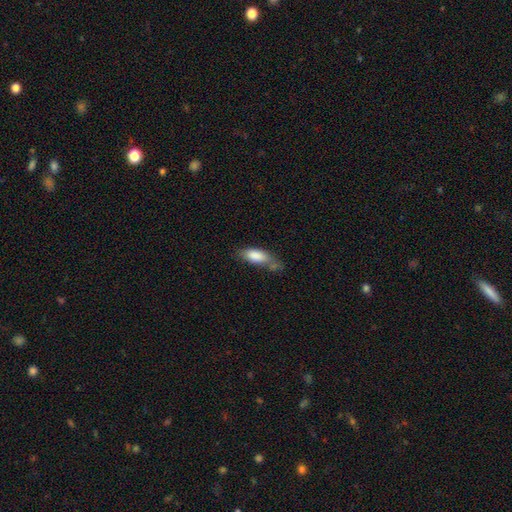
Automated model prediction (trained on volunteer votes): Overall: smooth (81%). How rounded: in between (73%). Merging: none (38%; minor disturbance 32%).